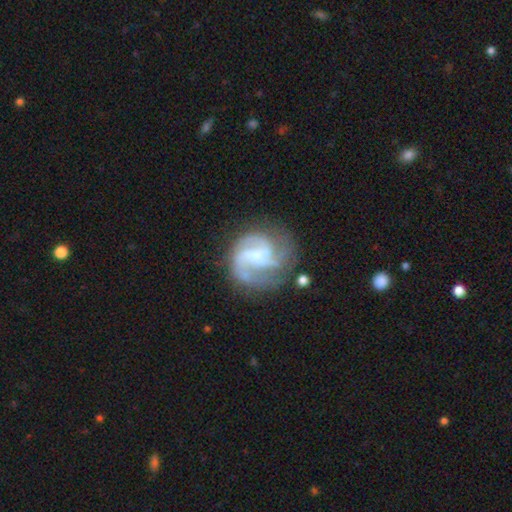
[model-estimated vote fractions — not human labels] smooth-or-featured: featured or disk: 82% | smooth: 11% | star or artifact: 7%
  disk-edge-on: no: 98% | yes: 2%
    bar: weak: 48% | no: 31% | strong: 21%
    has-spiral-arms: yes: 94% | no: 6%
      spiral-winding: medium: 49% | tight: 28% | loose: 22%
      spiral-arm-count: 3: 45% | 2: 20% | can't tell: 15% | 4: 10% | 1: 5% | more than 4: 4%
    bulge-size: small: 37% | none: 32% | moderate: 24% | large: 6% | dominant: 1%
  merging: none: 58% | major disturbance: 20% | minor disturbance: 18% | merger: 3%